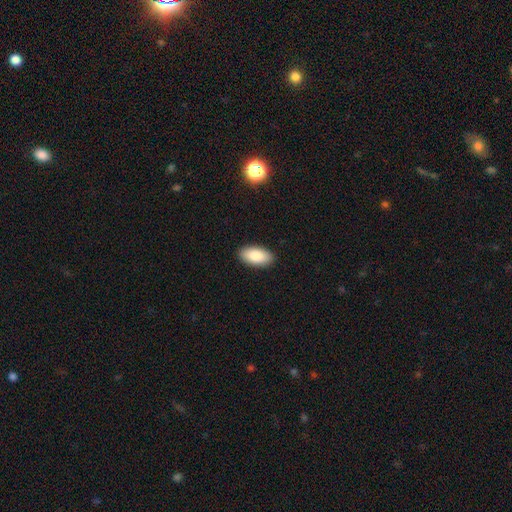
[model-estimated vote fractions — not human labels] Smooth or featured? smooth (85%)
How rounded? in between (94%)
Merging? none (90%)